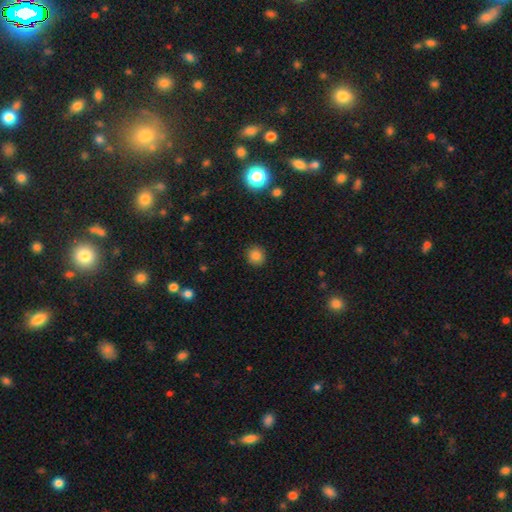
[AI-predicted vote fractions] smooth_or_featured: smooth (p=0.83) [alt: star or artifact p=0.12]
how_rounded: round (p=0.91) [alt: in between p=0.08]
merging: none (p=0.91) [alt: minor disturbance p=0.06]